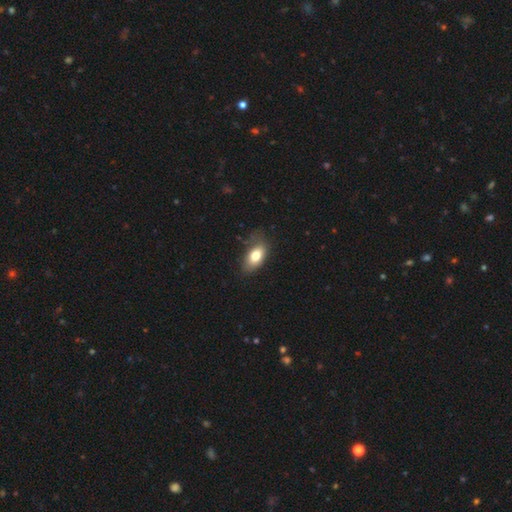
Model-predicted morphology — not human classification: A smooth galaxy with no disk features (75%) that is in between round and cigar-shaped (89%).

Vote fractions:
- Smooth or featured? smooth: 75% / featured or disk: 17% / star or artifact: 8%
- How rounded? in between: 89% / round: 7% / cigar-shaped: 4%
- Merging? none: 64% / minor disturbance: 26% / major disturbance: 8% / merger: 2%